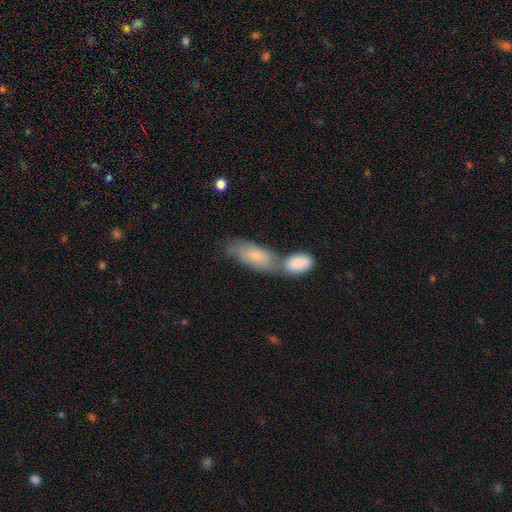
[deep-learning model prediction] Morphology: type=smooth (70%); roundness=in between (79%); merging=merger (54%).